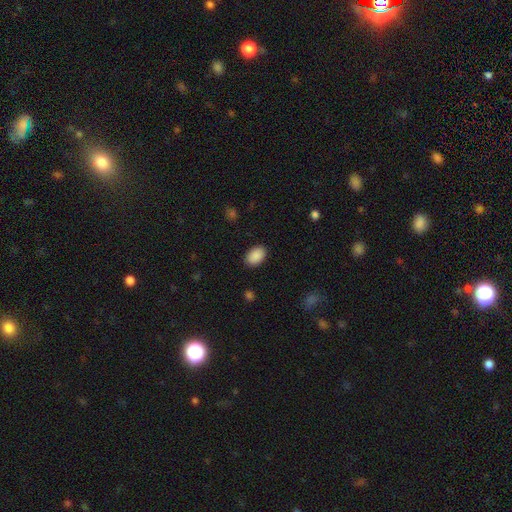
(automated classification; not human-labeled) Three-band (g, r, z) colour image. It shows a smooth galaxy with no disk features (90%) that is in between round and cigar-shaped (89%). Merging: none (89%).